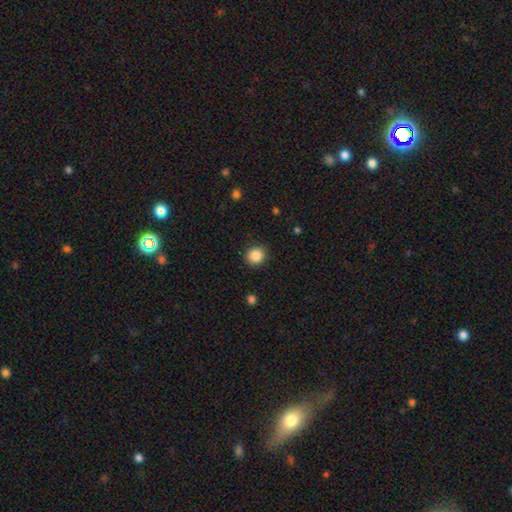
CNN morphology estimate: This appears to be a smooth galaxy with no disk features (86%) that is round (87%). Merging: none (91%).